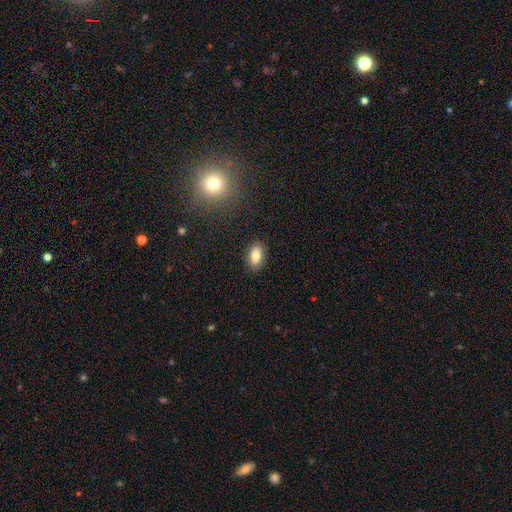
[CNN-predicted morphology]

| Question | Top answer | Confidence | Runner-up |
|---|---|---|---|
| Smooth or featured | smooth | 79% | featured or disk (12%) |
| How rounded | in between | 91% | round (6%) |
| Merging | none | 87% | minor disturbance (10%) |